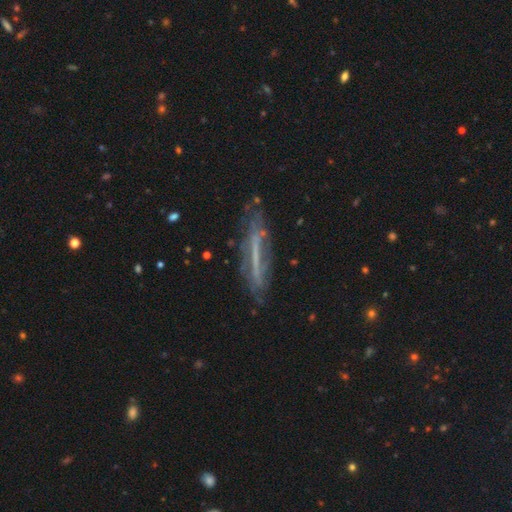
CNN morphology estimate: smooth_or_featured: featured or disk (p=0.63) [alt: smooth p=0.27]
disk_edge_on: yes (p=0.65) [alt: no p=0.35]
merging: none (p=0.69) [alt: minor disturbance p=0.20]